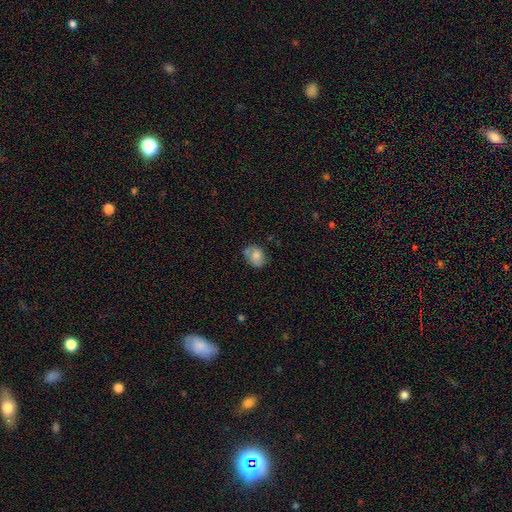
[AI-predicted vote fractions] smooth_or_featured: smooth (p=0.74) [alt: featured or disk p=0.18]
how_rounded: in between (p=0.68) [alt: round p=0.31]
merging: none (p=0.56) [alt: minor disturbance p=0.29]